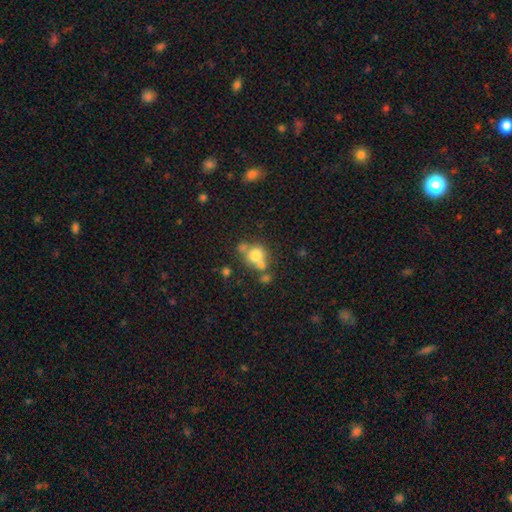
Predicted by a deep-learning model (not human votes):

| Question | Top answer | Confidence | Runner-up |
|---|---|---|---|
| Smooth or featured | smooth | 70% | featured or disk (16%) |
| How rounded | round | 78% | in between (21%) |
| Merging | none | 45% | merger (37%) |